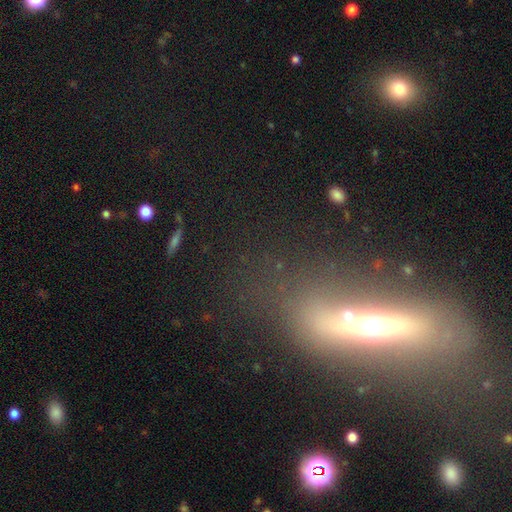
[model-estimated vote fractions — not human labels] Overall: featured or disk (53%; smooth 30%). Edge-on disk: yes (61%; no 39%). Merging: none (54%; major disturbance 18%).